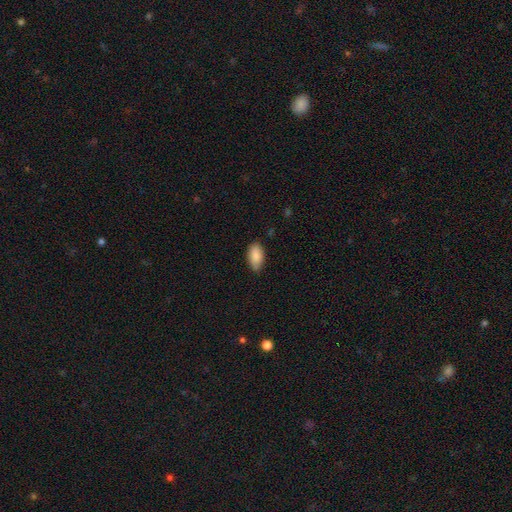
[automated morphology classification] A smooth galaxy with no disk features (88%) that is in between round and cigar-shaped (92%). Merging: none (77%).